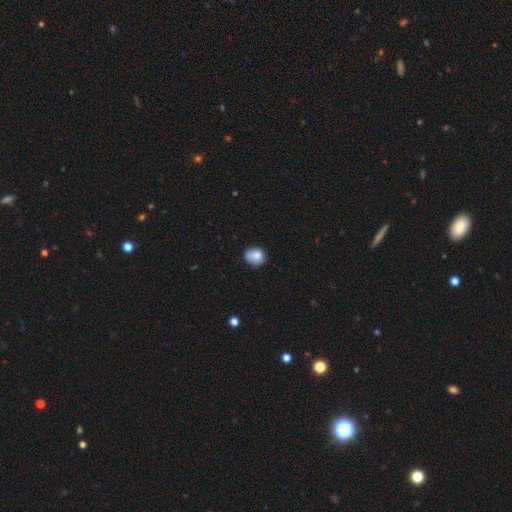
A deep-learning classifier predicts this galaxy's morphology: Q: Smooth or featured?
A: smooth (83%); runner-up: star or artifact (9%)
Q: How rounded?
A: round (67%); runner-up: in between (32%)
Q: Merging?
A: none (70%); runner-up: minor disturbance (23%)